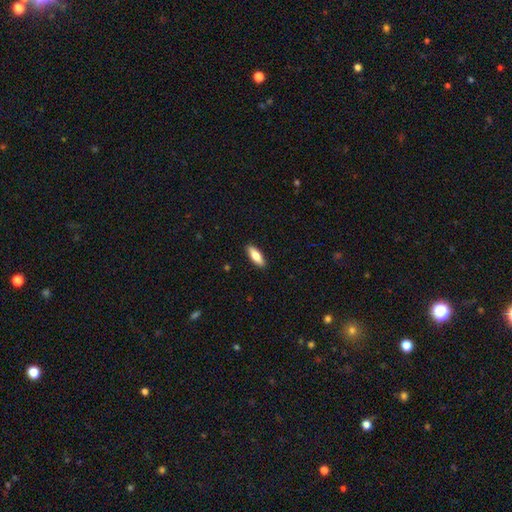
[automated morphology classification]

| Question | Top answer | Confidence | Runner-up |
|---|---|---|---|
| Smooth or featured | smooth | 72% | featured or disk (23%) |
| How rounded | in between | 57% | cigar-shaped (41%) |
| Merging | none | 90% | minor disturbance (7%) |